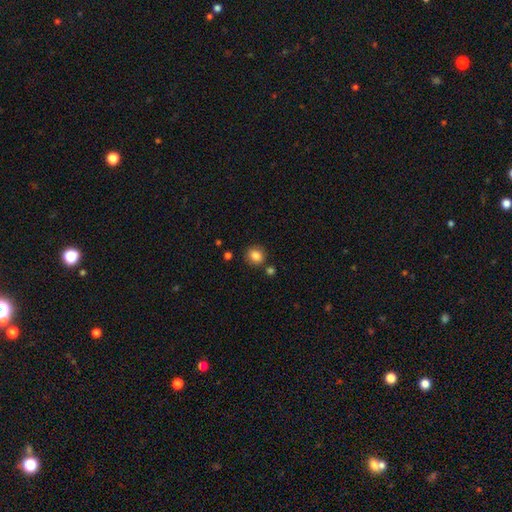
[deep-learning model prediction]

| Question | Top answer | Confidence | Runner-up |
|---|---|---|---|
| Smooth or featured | smooth | 85% | star or artifact (10%) |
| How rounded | round | 80% | in between (19%) |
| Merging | none | 81% | minor disturbance (10%) |